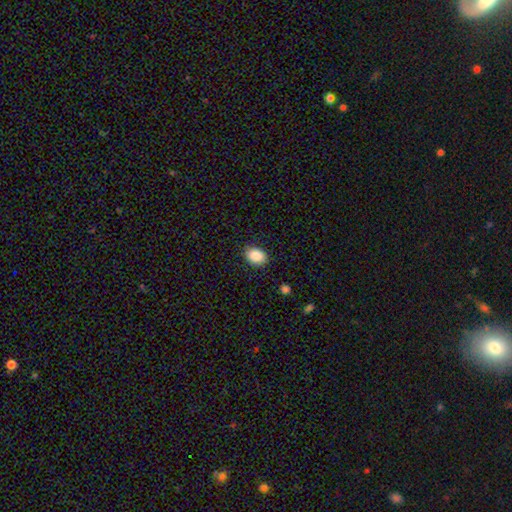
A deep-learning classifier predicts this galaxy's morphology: This is clearly a smooth galaxy (88%). How rounded: likely in between (73%). Merging: clearly none (86%).